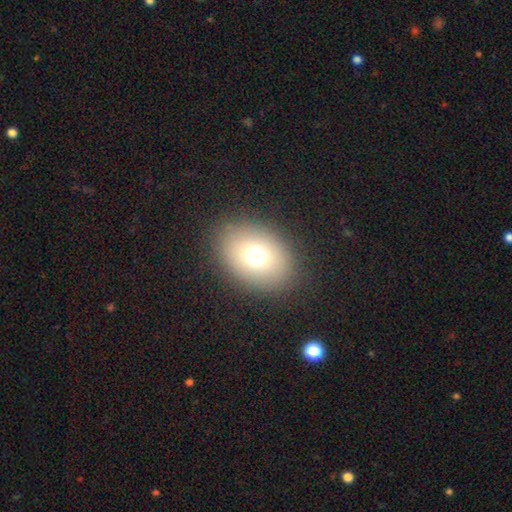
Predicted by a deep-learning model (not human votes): This is likely a smooth galaxy (71%). How rounded: likely in between (68%). Merging: clearly none (86%).